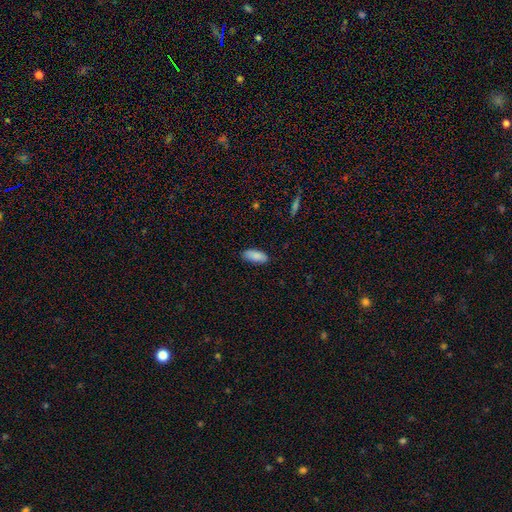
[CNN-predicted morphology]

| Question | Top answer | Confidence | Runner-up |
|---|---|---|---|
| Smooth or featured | smooth | 88% | star or artifact (6%) |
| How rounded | in between | 85% | cigar-shaped (13%) |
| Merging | none | 84% | minor disturbance (13%) |